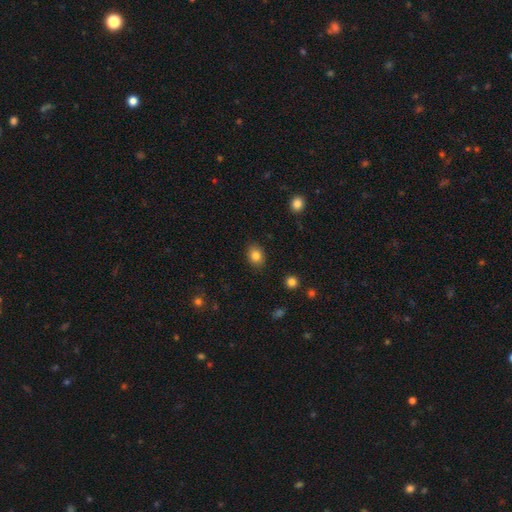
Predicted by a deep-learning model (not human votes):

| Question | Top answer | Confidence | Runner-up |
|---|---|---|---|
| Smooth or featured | smooth | 83% | star or artifact (10%) |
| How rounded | in between | 61% | round (38%) |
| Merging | none | 87% | minor disturbance (9%) |